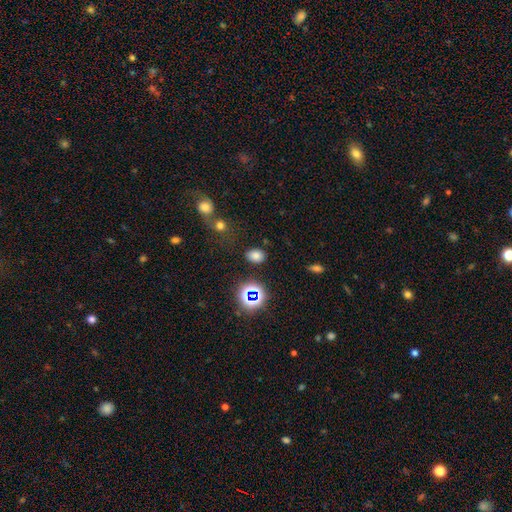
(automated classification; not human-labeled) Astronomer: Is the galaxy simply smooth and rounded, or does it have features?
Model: smooth — 74%.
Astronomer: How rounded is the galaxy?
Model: in between — 74%.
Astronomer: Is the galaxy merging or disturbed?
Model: none — 81%.